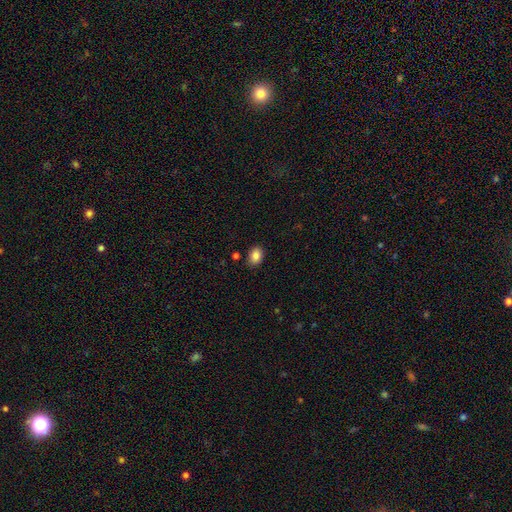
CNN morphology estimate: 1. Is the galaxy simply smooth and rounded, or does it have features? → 86% smooth, 9% star or artifact, 5% featured or disk.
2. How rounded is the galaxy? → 70% in between, 29% round, 1% cigar-shaped.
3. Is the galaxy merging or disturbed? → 85% none, 10% minor disturbance, 2% merger, 2% major disturbance.